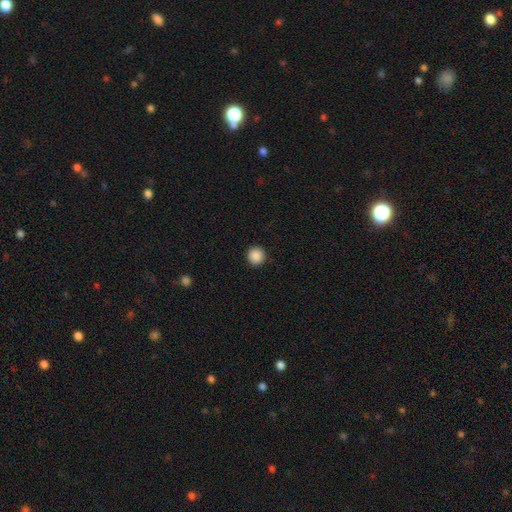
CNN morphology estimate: Smooth or featured?
  - smooth: 89% *
  - star or artifact: 9%
  - featured or disk: 2%
How rounded?
  - round: 93% *
  - in between: 6%
  - cigar-shaped: 1%
Merging?
  - none: 92% *
  - minor disturbance: 5%
  - major disturbance: 2%
  - merger: 1%